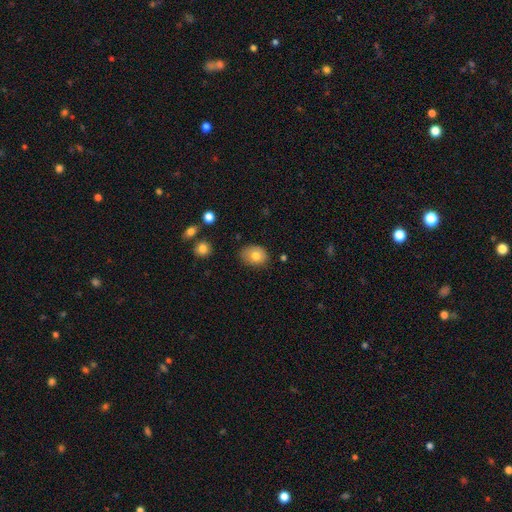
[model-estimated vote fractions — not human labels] A smooth galaxy with no disk features (79%) that is in between round and cigar-shaped (67%).

Vote fractions:
- Smooth or featured? smooth: 79% / featured or disk: 12% / star or artifact: 9%
- How rounded? in between: 67% / round: 32% / cigar-shaped: 1%
- Merging? none: 73% / minor disturbance: 21% / major disturbance: 4% / merger: 2%